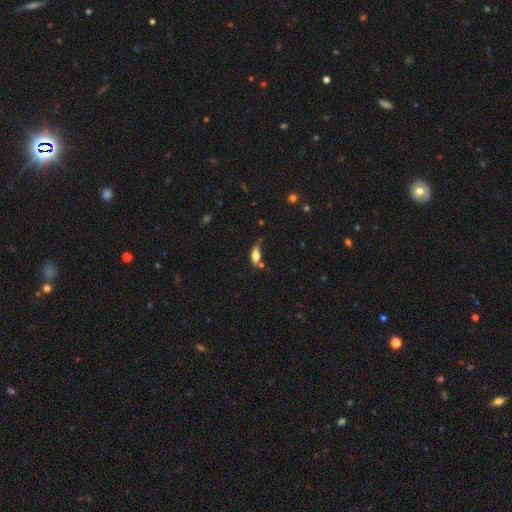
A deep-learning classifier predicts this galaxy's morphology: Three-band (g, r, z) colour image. It shows a smooth galaxy with no disk features (62%) that is in between round and cigar-shaped (73%). Merging: none (61%).